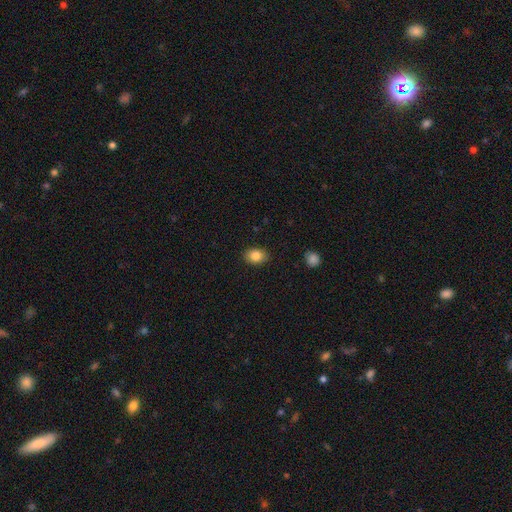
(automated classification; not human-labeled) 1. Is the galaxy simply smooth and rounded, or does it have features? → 85% smooth, 9% star or artifact, 6% featured or disk.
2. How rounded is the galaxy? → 72% in between, 27% round, 1% cigar-shaped.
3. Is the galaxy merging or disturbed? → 88% none, 9% minor disturbance, 2% major disturbance, 1% merger.